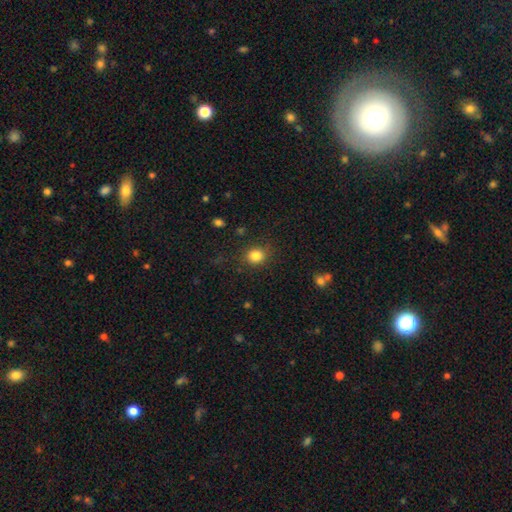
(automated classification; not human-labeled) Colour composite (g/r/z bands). It shows a smooth galaxy with no disk features (84%) that is round (77%). Merging: none (83%).